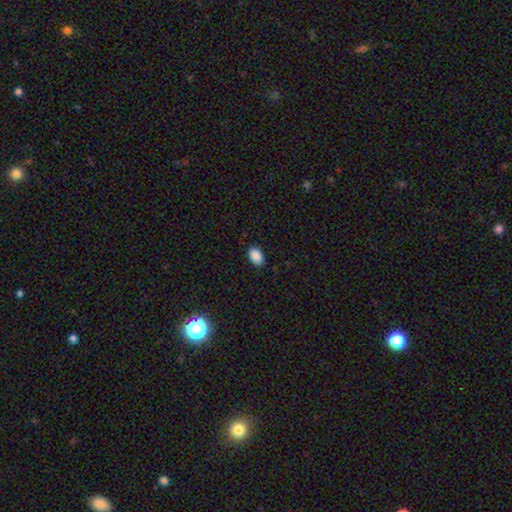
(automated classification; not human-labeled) Morphology: type=smooth (89%); roundness=in between (90%); merging=none (88%).